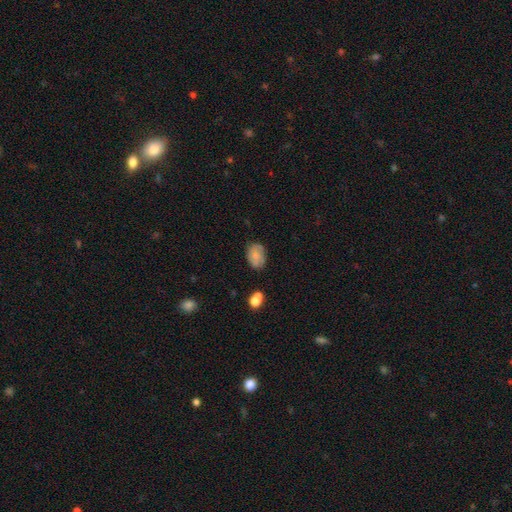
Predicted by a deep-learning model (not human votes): A smooth galaxy with no disk features (63%) that is in between round and cigar-shaped (80%).

Vote fractions:
- Smooth or featured? smooth: 63% / featured or disk: 28% / star or artifact: 9%
- How rounded? in between: 80% / round: 19% / cigar-shaped: 1%
- Merging? none: 69% / minor disturbance: 22% / major disturbance: 5% / merger: 4%